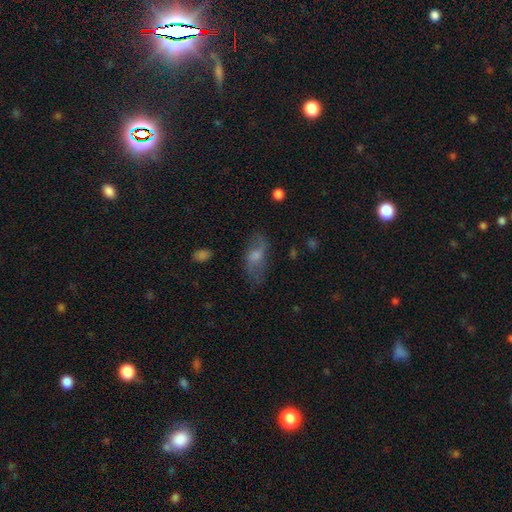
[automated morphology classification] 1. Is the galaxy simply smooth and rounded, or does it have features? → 46% smooth, 42% featured or disk, 12% star or artifact.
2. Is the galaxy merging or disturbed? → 69% none, 20% minor disturbance, 9% major disturbance, 2% merger.